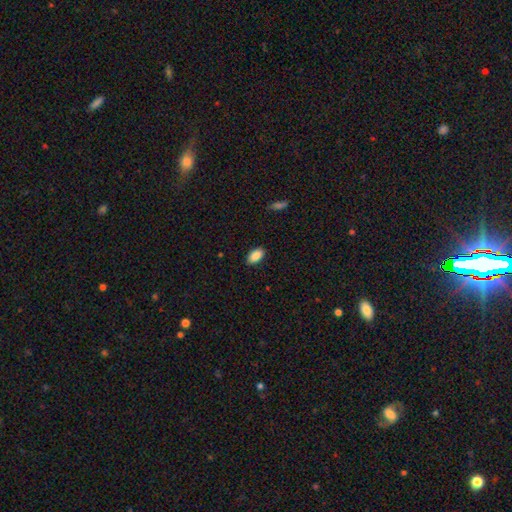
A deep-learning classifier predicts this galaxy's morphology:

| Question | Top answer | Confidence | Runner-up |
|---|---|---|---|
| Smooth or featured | smooth | 88% | star or artifact (7%) |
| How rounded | in between | 93% | round (4%) |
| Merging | none | 88% | minor disturbance (9%) |